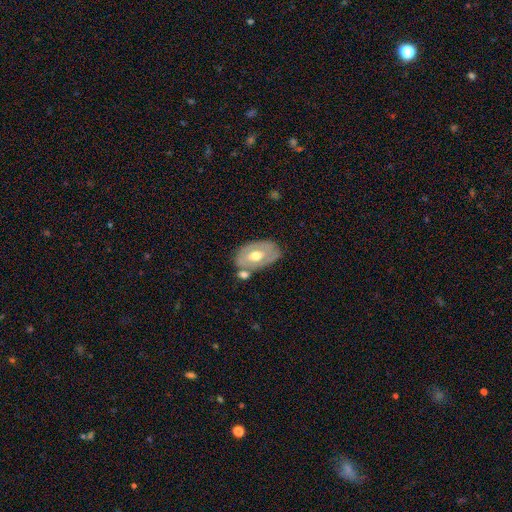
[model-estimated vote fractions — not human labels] Q: Smooth or featured?
A: featured or disk (57%); runner-up: smooth (37%)
Q: Edge-on disk?
A: no (90%); runner-up: yes (10%)
Q: Bar?
A: no (65%); runner-up: weak (25%)
Q: Spiral arms?
A: no (70%); runner-up: yes (30%)
Q: Bulge size?
A: moderate (76%); runner-up: small (12%)
Q: Merging?
A: none (60%); runner-up: minor disturbance (18%)